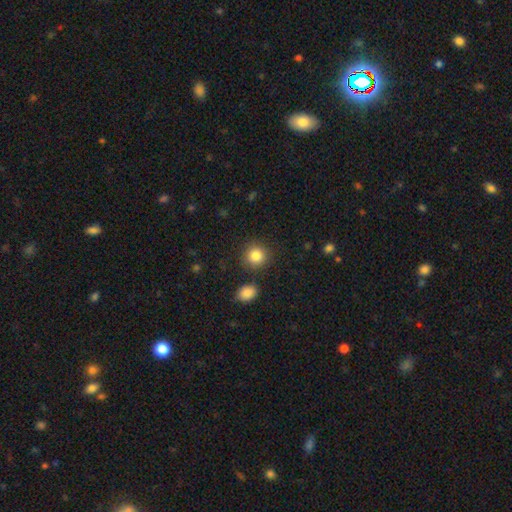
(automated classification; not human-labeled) This appears to be a smooth galaxy with no disk features (84%) that is round (89%). Merging: none (87%).